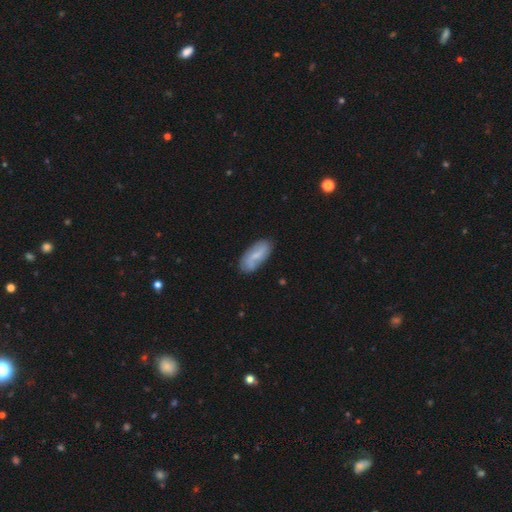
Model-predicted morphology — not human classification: Overall: smooth (50%; featured or disk 44%). Merging: none (76%).